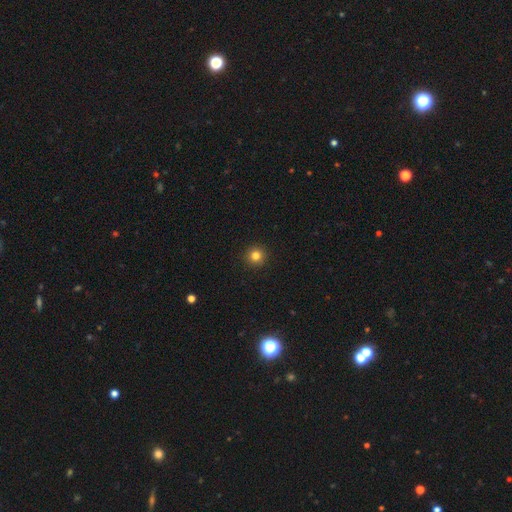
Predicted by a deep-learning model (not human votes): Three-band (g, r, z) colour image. It shows a smooth galaxy with no disk features (82%) that is round (96%). Merging: none (93%).